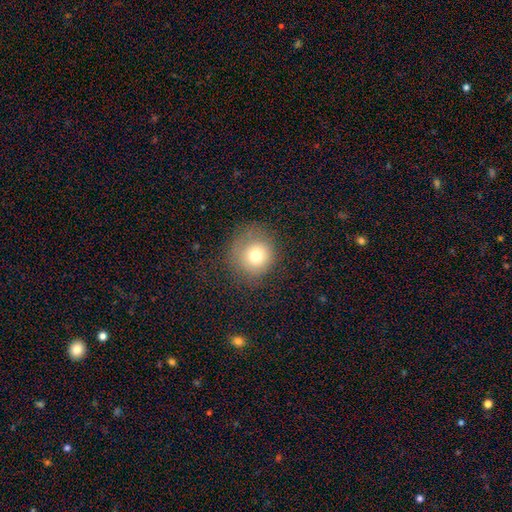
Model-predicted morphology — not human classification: smooth 73%, featured or disk 14%, star or artifact 13%. Down the decision tree: how rounded — round (90%); merging — none (72%).